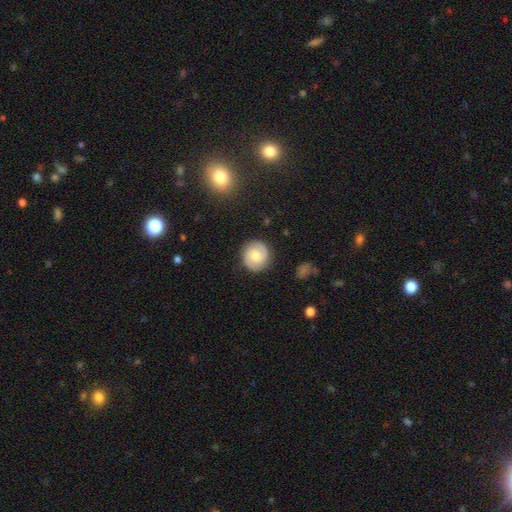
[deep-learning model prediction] Smooth or featured? Predicted: featured or disk (p=0.58). Edge-on disk? Predicted: no (p=0.98). Bar? Predicted: no (p=0.61). Spiral arms? Predicted: yes (p=0.89). Spiral winding? Predicted: tight (p=0.47). Spiral arm count? Predicted: 2 (p=0.88). Bulge size? Predicted: moderate (p=0.66). Merging? Predicted: none (p=0.86).